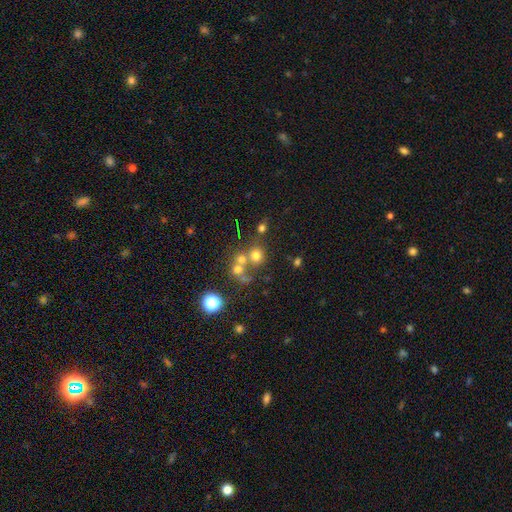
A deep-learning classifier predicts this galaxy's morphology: Smooth or featured? smooth (66%)
How rounded? round (82%)
Merging? none (50%)